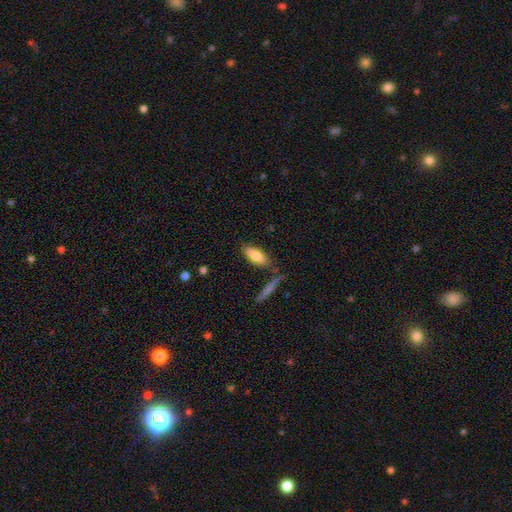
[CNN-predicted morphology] Q: Smooth or featured?
A: smooth (79%); runner-up: featured or disk (15%)
Q: How rounded?
A: in between (79%); runner-up: cigar-shaped (19%)
Q: Merging?
A: none (76%); runner-up: minor disturbance (14%)